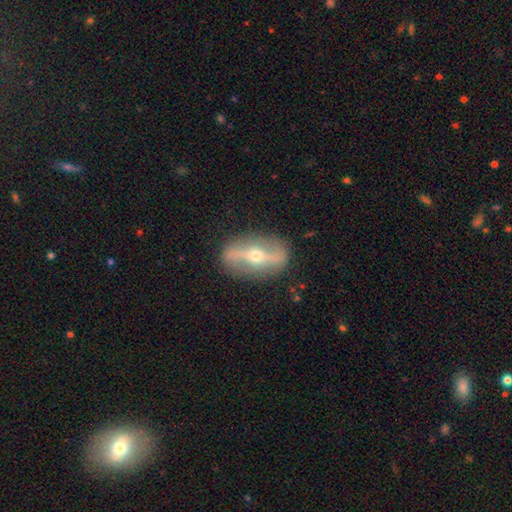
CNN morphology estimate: smooth_or_featured: featured or disk (p=0.71) [alt: smooth p=0.20]
disk_edge_on: no (p=0.80) [alt: yes p=0.20]
bar: strong (p=0.47) [alt: weak p=0.28]
has_spiral_arms: yes (p=0.60) [alt: no p=0.40]
bulge_size: moderate (p=0.66) [alt: small p=0.27]
merging: none (p=0.83) [alt: minor disturbance p=0.11]